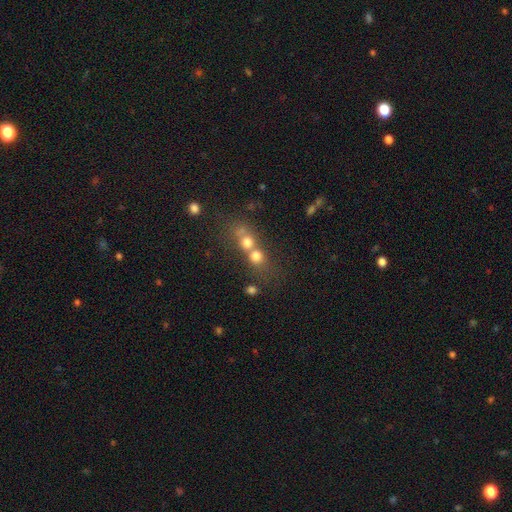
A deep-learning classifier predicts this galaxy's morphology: Smooth or featured: smooth — 63% (featured or disk — 18%)
How rounded: round — 75% (in between — 22%)
Merging: merger — 61% (none — 29%)